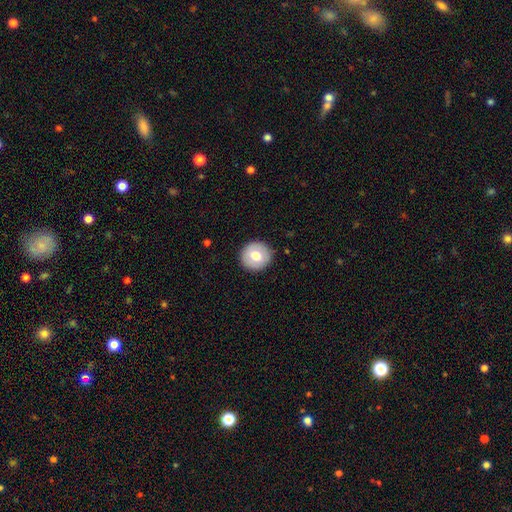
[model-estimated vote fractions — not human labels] smooth_or_featured: smooth (p=0.69) [alt: featured or disk p=0.23]
how_rounded: round (p=0.92) [alt: in between p=0.07]
merging: none (p=0.90) [alt: minor disturbance p=0.07]